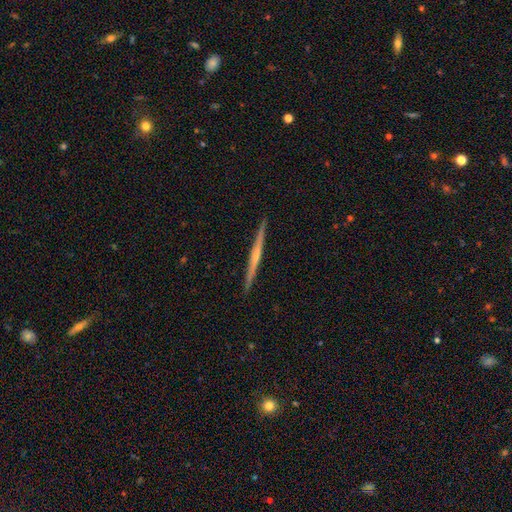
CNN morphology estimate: This is likely a featured or disk galaxy (69%). It is clearly viewed edge-on (98%). Edge-on bulge: possibly none (52%). Merging: clearly none (92%).